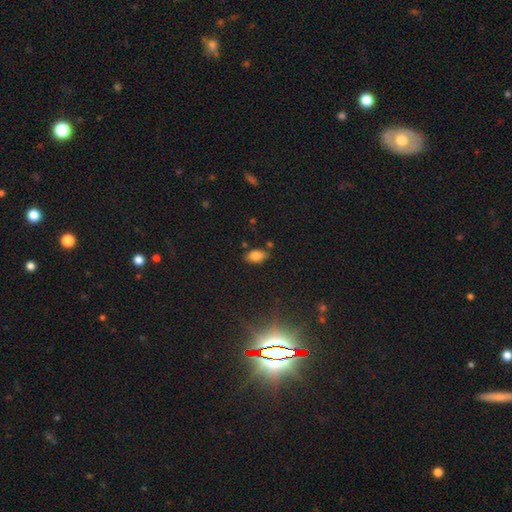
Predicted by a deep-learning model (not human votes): Smooth or featured? smooth (82%)
How rounded? in between (92%)
Merging? none (78%)